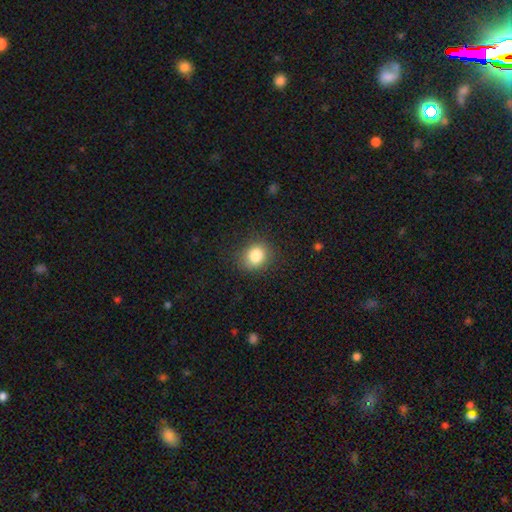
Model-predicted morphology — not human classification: smooth 83%, star or artifact 10%, featured or disk 6%. Down the decision tree: how rounded — round (69%); merging — none (86%).